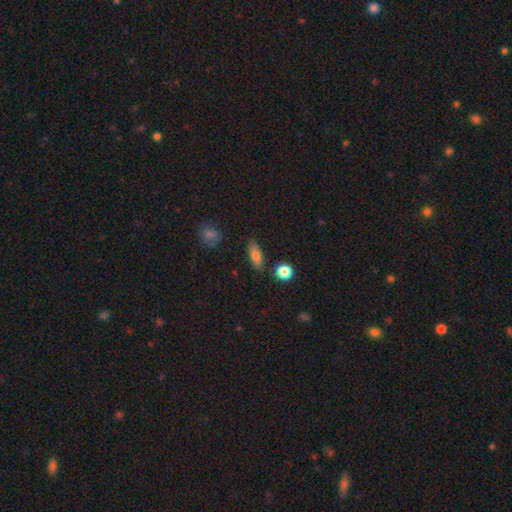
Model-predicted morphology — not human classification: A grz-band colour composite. It shows a smooth galaxy with no disk features (80%) that is in between round and cigar-shaped (67%). Merging: none (82%).